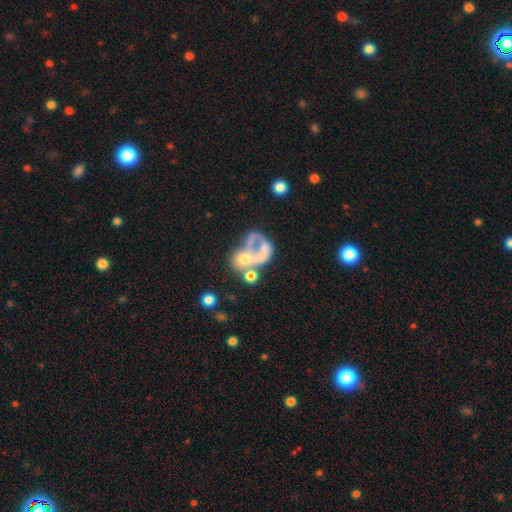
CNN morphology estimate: featured or disk 53%, smooth 34%, star or artifact 14%. Down the decision tree: edge-on disk — no (98%); bar — no (90%); spiral arms — no (86%); bulge size — none (50%); merging — merger (36%).